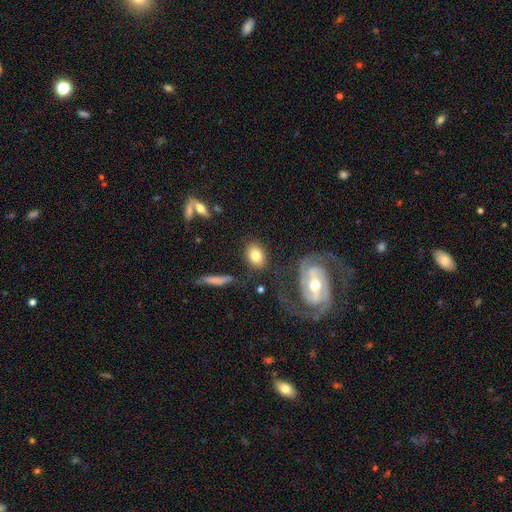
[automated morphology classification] Q: Smooth or featured?
A: smooth (77%); runner-up: featured or disk (16%)
Q: How rounded?
A: in between (72%); runner-up: round (26%)
Q: Merging?
A: none (76%); runner-up: minor disturbance (11%)